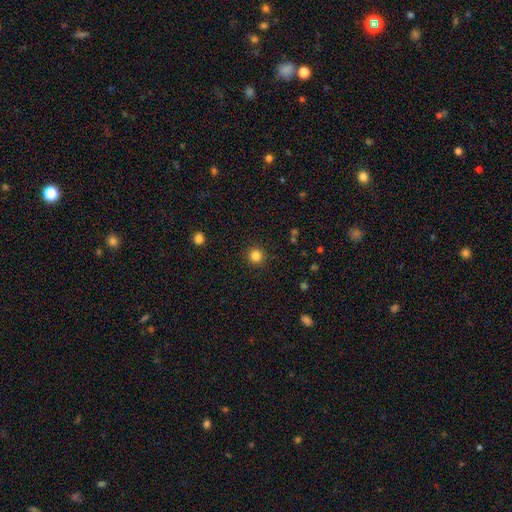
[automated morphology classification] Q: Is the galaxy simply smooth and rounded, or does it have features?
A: smooth — 84%.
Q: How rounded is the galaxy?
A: round — 95%.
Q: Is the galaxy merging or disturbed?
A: none — 92%.